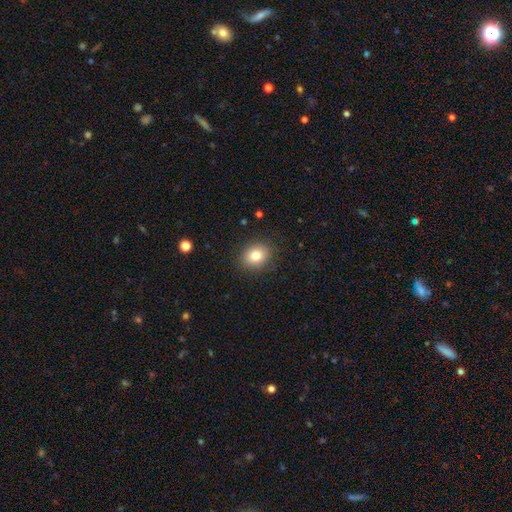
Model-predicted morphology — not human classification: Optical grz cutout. It shows a smooth galaxy with no disk features (81%) that is round (56%). Merging: none (87%).